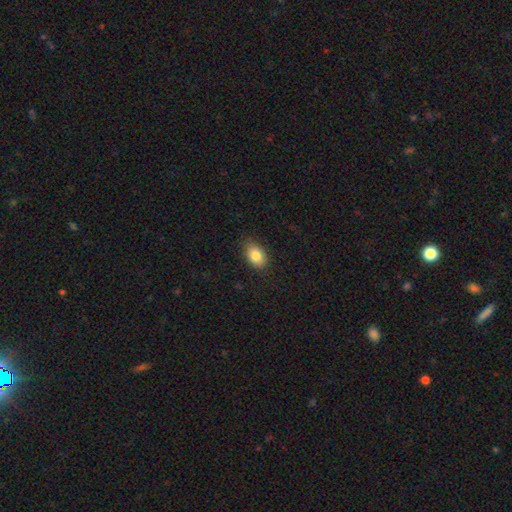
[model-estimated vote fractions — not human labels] This appears to be a smooth galaxy with no disk features (84%) that is in between round and cigar-shaped (84%). Merging: none (85%).